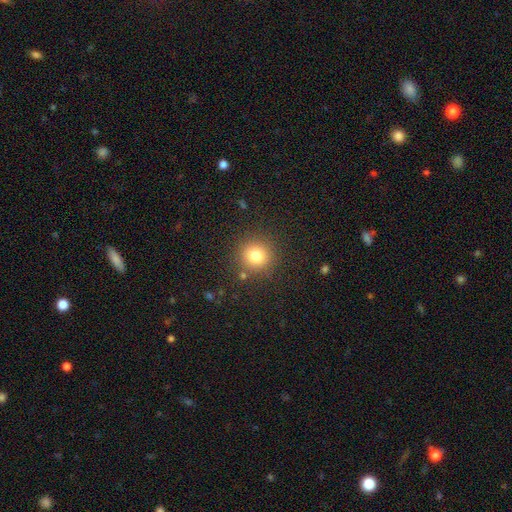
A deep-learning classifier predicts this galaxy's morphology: type=smooth (80%); roundness=round (92%); merging=none (86%).